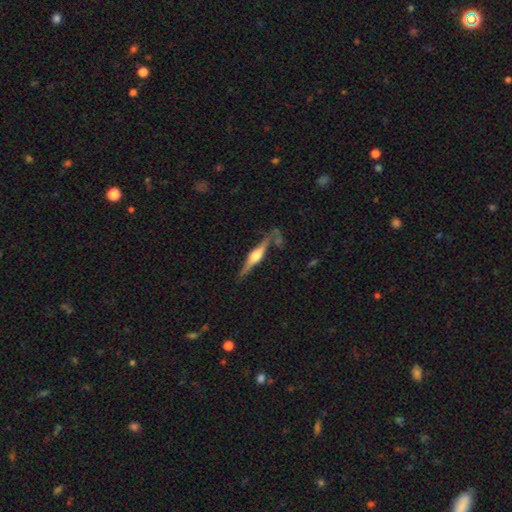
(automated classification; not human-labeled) smooth_or_featured: featured or disk (p=0.78) [alt: smooth p=0.17]
disk_edge_on: yes (p=0.97) [alt: no p=0.03]
edge_on_bulge: rounded (p=0.90) [alt: boxy p=0.07]
merging: none (p=0.74) [alt: minor disturbance p=0.16]